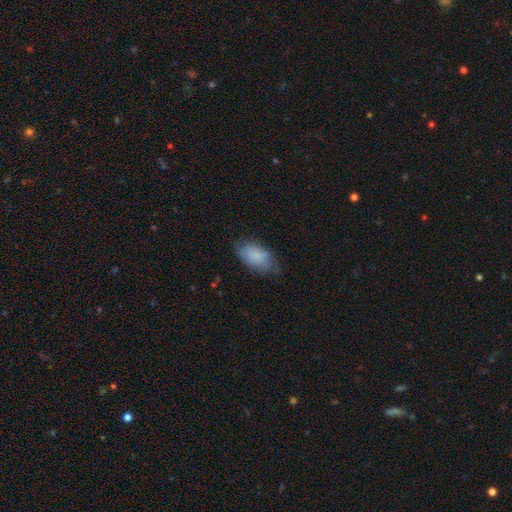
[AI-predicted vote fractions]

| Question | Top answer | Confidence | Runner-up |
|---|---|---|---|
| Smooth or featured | smooth | 79% | featured or disk (14%) |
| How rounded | in between | 93% | round (4%) |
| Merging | none | 62% | minor disturbance (28%) |